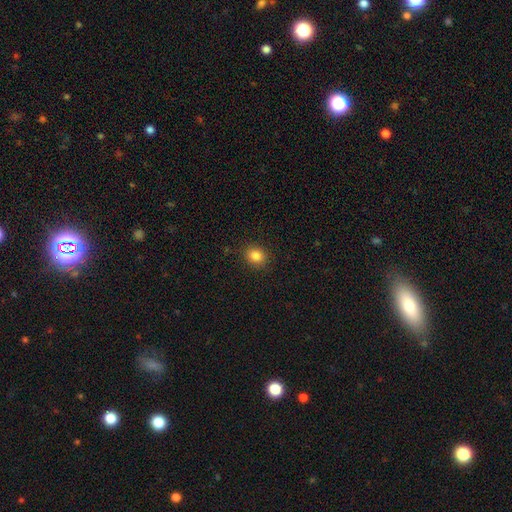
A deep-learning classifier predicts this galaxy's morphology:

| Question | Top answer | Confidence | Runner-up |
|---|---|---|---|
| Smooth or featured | smooth | 84% | star or artifact (11%) |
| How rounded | round | 69% | in between (30%) |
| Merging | none | 89% | minor disturbance (8%) |